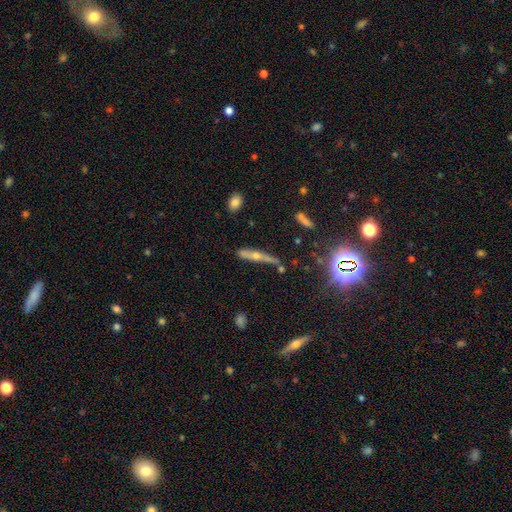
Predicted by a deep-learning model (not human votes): This is possibly a featured or disk galaxy (55%). It is clearly viewed edge-on (88%). Merging: likely none (65%).